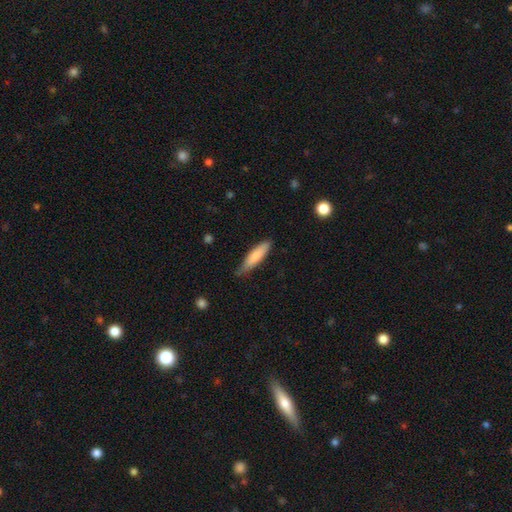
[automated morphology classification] smooth_or_featured: smooth (p=0.77) [alt: featured or disk p=0.18]
how_rounded: cigar-shaped (p=0.72) [alt: in between p=0.27]
merging: none (p=0.66) [alt: minor disturbance p=0.28]